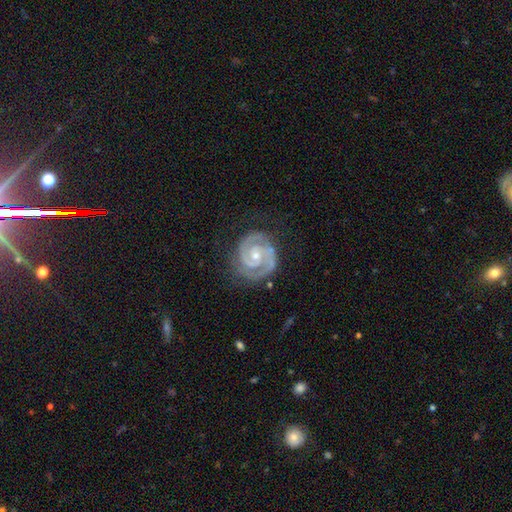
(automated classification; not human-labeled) This is clearly a featured or disk galaxy (92%). It is clearly not viewed edge-on (98%). Bar: possibly no (58%). Spiral arm pattern: clearly yes (98%). Spiral arm count: clearly 2 (89%). Spiral winding: likely tight (71%). Central bulge: possibly small (55%). Merging: likely none (79%).